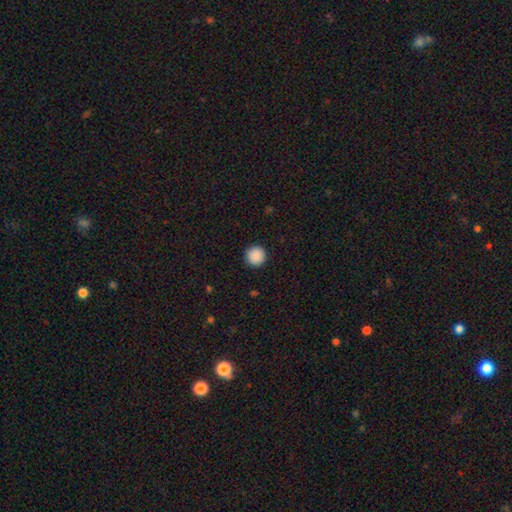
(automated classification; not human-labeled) smooth-or-featured: smooth: 90% | star or artifact: 8% | featured or disk: 2%
  how-rounded: round: 96% | in between: 3% | cigar-shaped: 1%
  merging: none: 93% | minor disturbance: 5% | major disturbance: 2% | merger: 1%